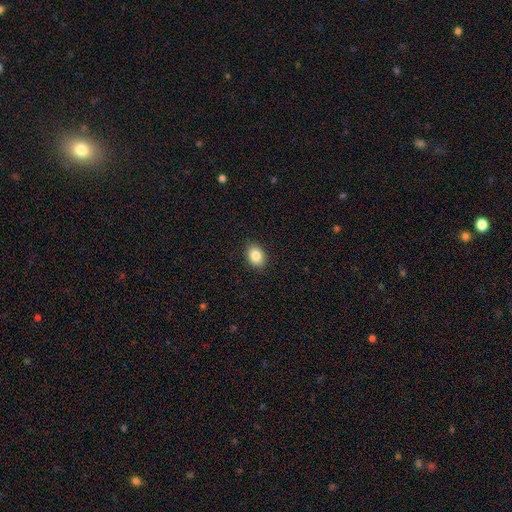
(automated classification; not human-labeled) The model was most divided on "how rounded": in between: 71%, round: 28%, cigar-shaped: 1%. More confident: merging — none (90%); smooth or featured — smooth (85%).